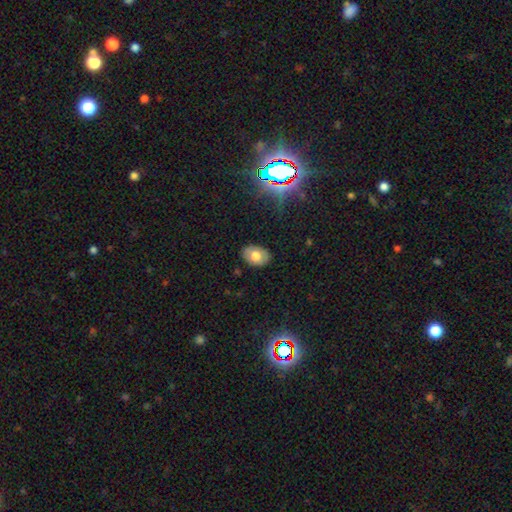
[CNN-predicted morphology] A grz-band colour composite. It shows a smooth galaxy with no disk features (69%) that is in between round and cigar-shaped (82%). Merging: none (85%).